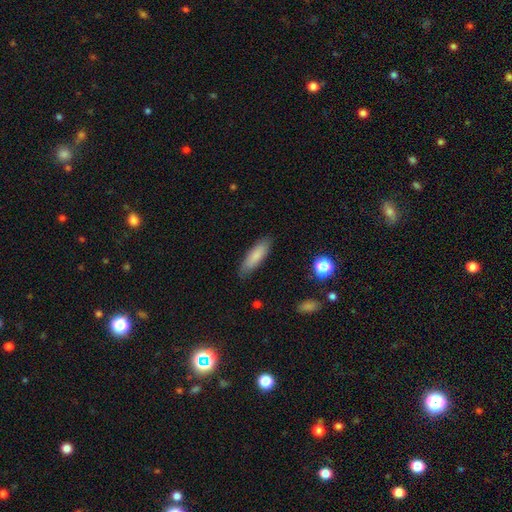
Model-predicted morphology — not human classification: A smooth galaxy with no disk features (83%) that is cigar-shaped (55%).

Vote fractions:
- Smooth or featured? smooth: 83% / featured or disk: 11% / star or artifact: 6%
- How rounded? cigar-shaped: 55% / in between: 43% / round: 2%
- Merging? none: 85% / minor disturbance: 11% / major disturbance: 2% / merger: 1%